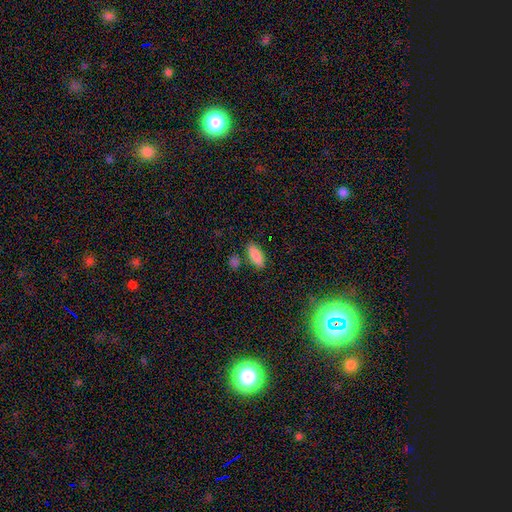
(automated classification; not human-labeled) Smooth or featured: smooth — 87% (star or artifact — 7%)
How rounded: in between — 78% (cigar-shaped — 19%)
Merging: none — 79% (minor disturbance — 11%)